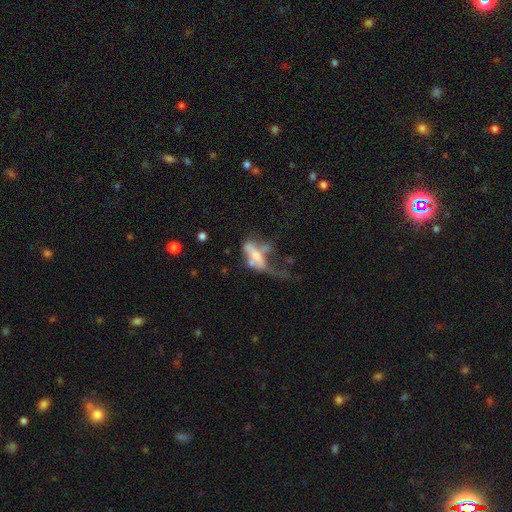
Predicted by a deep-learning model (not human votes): Q: Smooth or featured?
A: featured or disk (48%); runner-up: smooth (42%)
Q: Merging?
A: major disturbance (53%); runner-up: merger (21%)